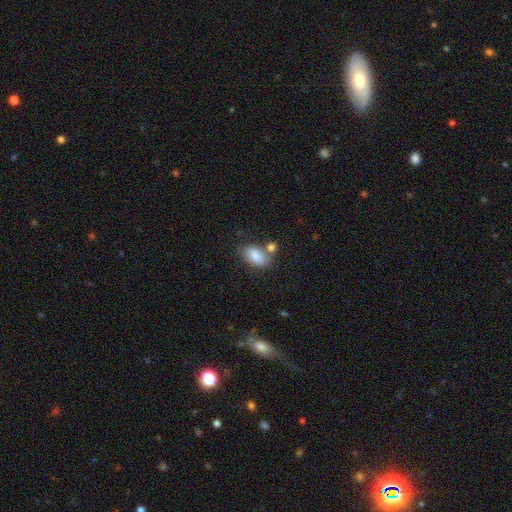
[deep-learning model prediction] Q: Smooth or featured?
A: smooth (83%); runner-up: featured or disk (10%)
Q: How rounded?
A: in between (90%); runner-up: round (7%)
Q: Merging?
A: none (53%); runner-up: merger (23%)